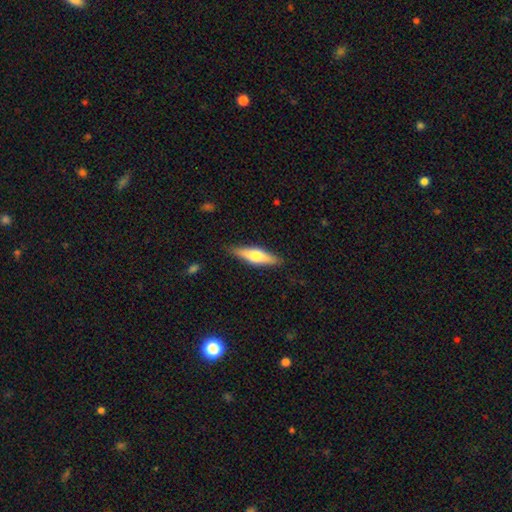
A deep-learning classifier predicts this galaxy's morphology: A smooth galaxy with no disk features (52%) that is cigar-shaped (66%).

Vote fractions:
- Smooth or featured? smooth: 52% / featured or disk: 42% / star or artifact: 6%
- How rounded? cigar-shaped: 66% / in between: 32% / round: 2%
- Merging? none: 87% / minor disturbance: 10% / major disturbance: 2% / merger: 1%